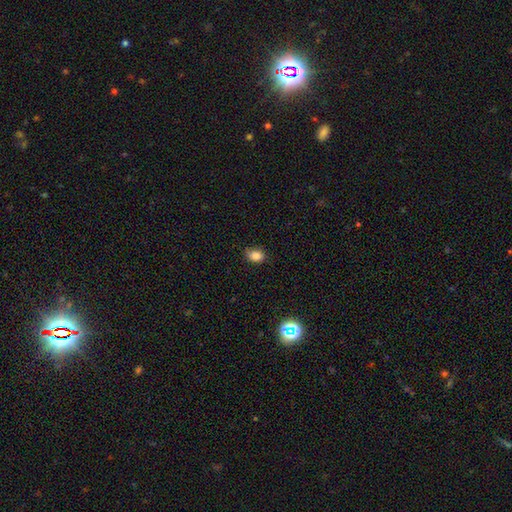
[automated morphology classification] type=smooth (85%); roundness=in between (75%); merging=none (75%).